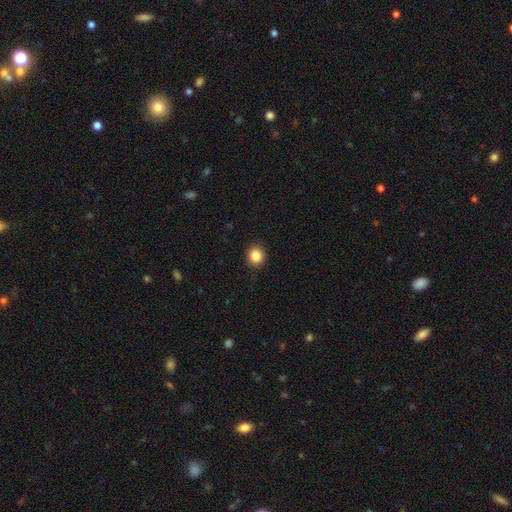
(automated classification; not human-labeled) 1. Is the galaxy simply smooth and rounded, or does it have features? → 85% smooth, 10% star or artifact, 4% featured or disk.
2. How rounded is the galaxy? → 88% round, 11% in between, 1% cigar-shaped.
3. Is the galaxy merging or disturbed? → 92% none, 6% minor disturbance, 2% major disturbance, 1% merger.